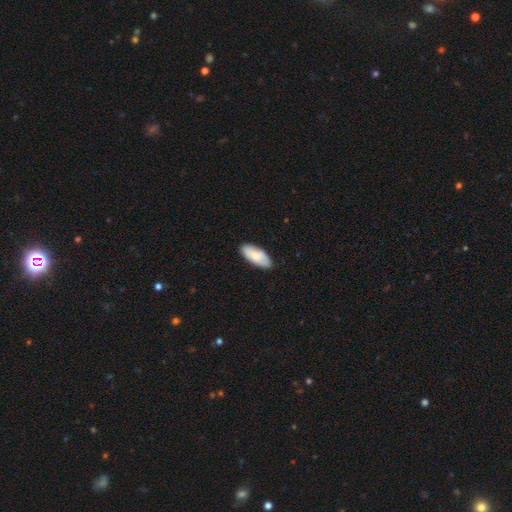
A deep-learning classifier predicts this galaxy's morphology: type=smooth (80%); roundness=in between (85%); merging=none (86%).